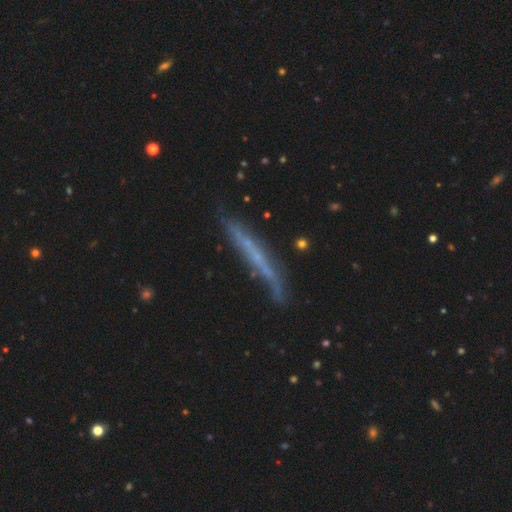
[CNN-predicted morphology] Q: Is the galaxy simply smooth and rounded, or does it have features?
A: featured or disk — 58%.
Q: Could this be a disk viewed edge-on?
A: yes — 86%.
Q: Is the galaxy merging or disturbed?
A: none — 71%.